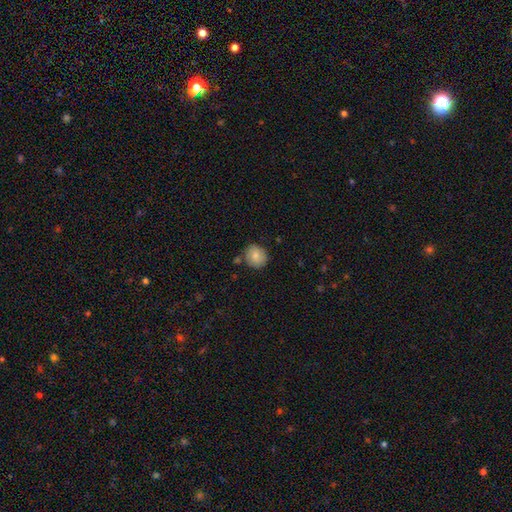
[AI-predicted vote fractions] The model was most divided on "merging": none: 79%, minor disturbance: 13%, merger: 5%, major disturbance: 3%. More confident: how rounded — round (84%); smooth or featured — smooth (80%).